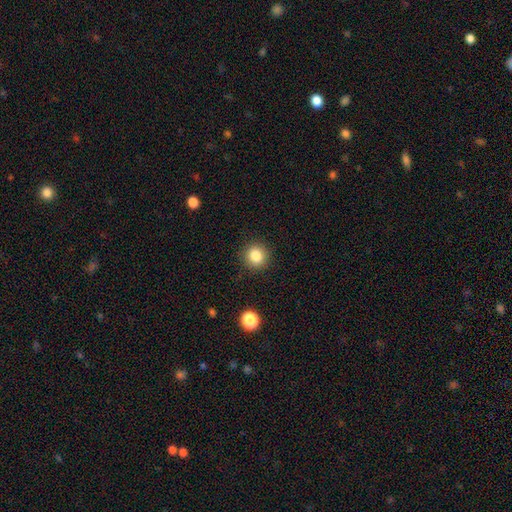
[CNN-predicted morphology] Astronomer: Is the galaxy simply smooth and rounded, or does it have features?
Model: smooth — 84%.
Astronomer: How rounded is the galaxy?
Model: round — 91%.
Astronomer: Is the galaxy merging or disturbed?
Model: none — 90%.